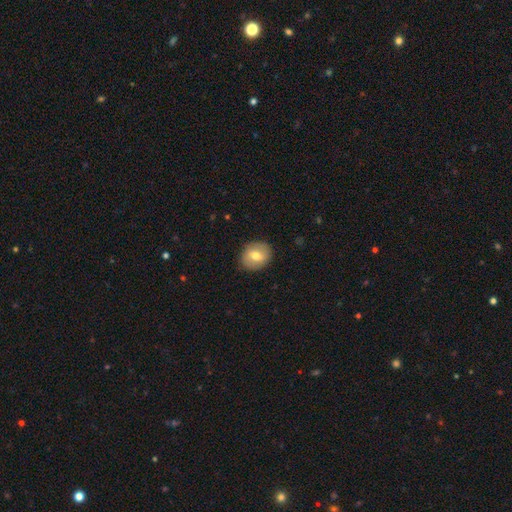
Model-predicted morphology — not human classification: Q: Smooth or featured?
A: smooth (67%); runner-up: featured or disk (26%)
Q: How rounded?
A: round (65%); runner-up: in between (34%)
Q: Merging?
A: none (87%); runner-up: minor disturbance (9%)